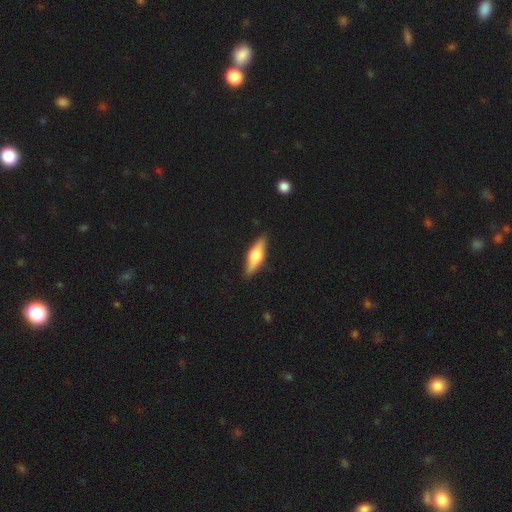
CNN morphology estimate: Smooth or featured?
  - smooth: 48% *
  - featured or disk: 46%
  - star or artifact: 6%
Merging?
  - none: 88% *
  - minor disturbance: 9%
  - major disturbance: 2%
  - merger: 1%